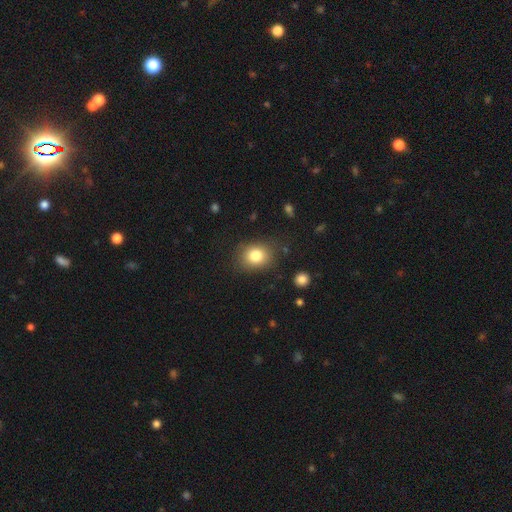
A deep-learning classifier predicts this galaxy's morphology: Smooth or featured? Predicted: smooth (p=0.81). How rounded? Predicted: round (p=0.57). Merging? Predicted: none (p=0.82).